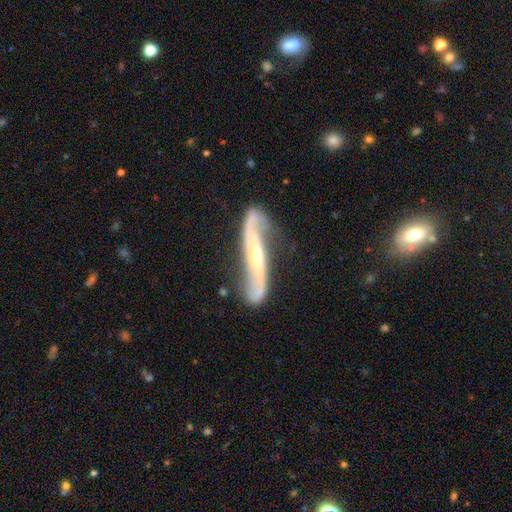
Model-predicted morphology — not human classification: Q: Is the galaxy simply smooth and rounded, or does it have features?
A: featured or disk — 86%.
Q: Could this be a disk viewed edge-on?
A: no — 75%.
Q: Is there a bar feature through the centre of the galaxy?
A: strong — 38%.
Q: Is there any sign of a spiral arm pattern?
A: yes — 95%.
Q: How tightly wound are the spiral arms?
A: loose — 64%.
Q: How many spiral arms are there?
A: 2 — 92%.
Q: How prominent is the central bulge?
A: small — 54%.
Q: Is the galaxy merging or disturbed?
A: none — 71%.